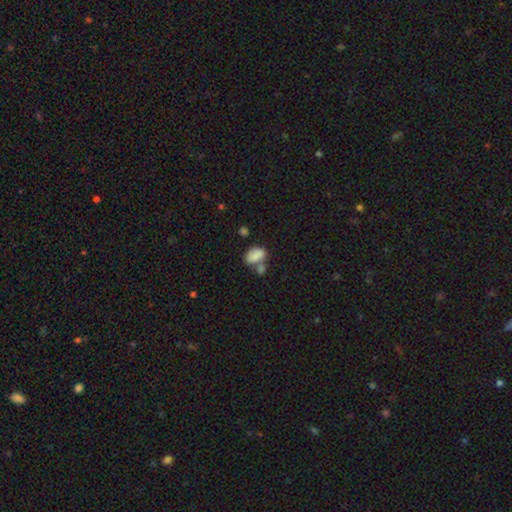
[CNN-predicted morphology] Smooth or featured? smooth (76%)
How rounded? in between (83%)
Merging? merger (42%)